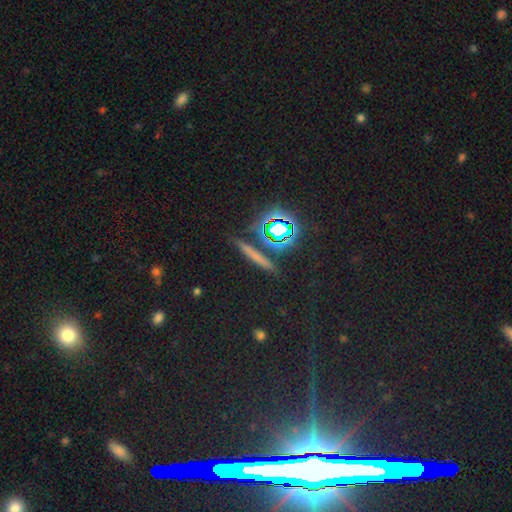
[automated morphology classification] Smooth or featured: smooth — 46% (star or artifact — 37%)
Merging: none — 85% (minor disturbance — 8%)